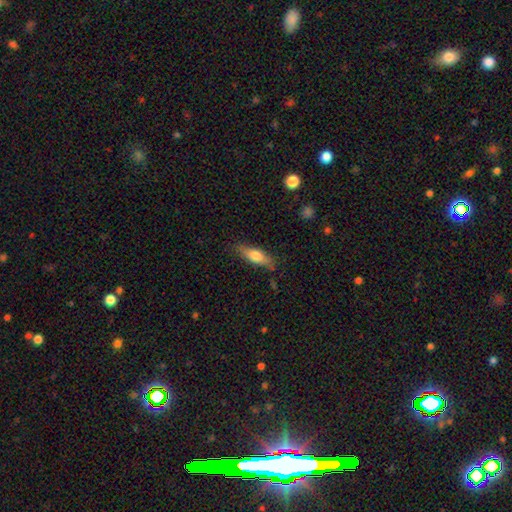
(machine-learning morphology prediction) Smooth or featured?
  - smooth: 65% *
  - featured or disk: 29%
  - star or artifact: 6%
How rounded?
  - in between: 50% *
  - cigar-shaped: 47%
  - round: 3%
Merging?
  - none: 80% *
  - minor disturbance: 15%
  - major disturbance: 3%
  - merger: 2%